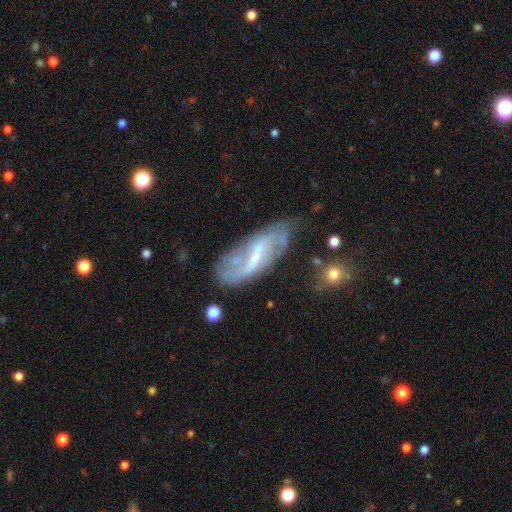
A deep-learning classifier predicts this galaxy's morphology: This appears to be a featured or disk galaxy (72%) with a strong bar (46%), spiral arms (73%) and a small central bulge (53%). Merging: none (57%).